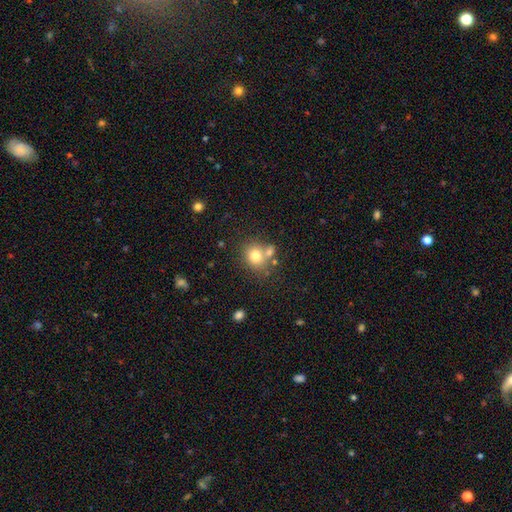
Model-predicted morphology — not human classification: This appears to be a smooth galaxy with no disk features (76%) that is round (73%). Merging: none (56%).